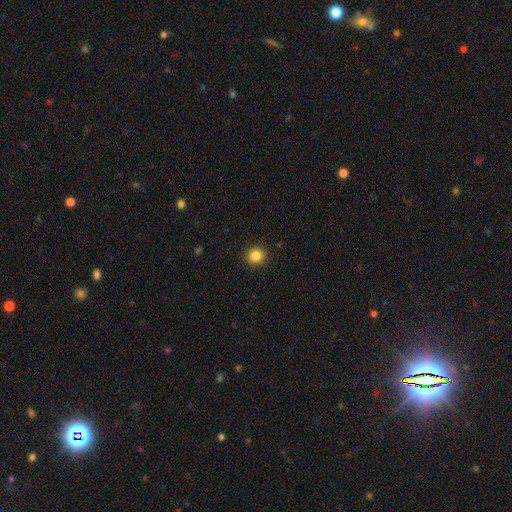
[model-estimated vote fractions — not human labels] smooth-or-featured: smooth: 85% | star or artifact: 11% | featured or disk: 4%
  how-rounded: round: 90% | in between: 9% | cigar-shaped: 1%
  merging: none: 91% | minor disturbance: 6% | major disturbance: 2% | merger: 1%